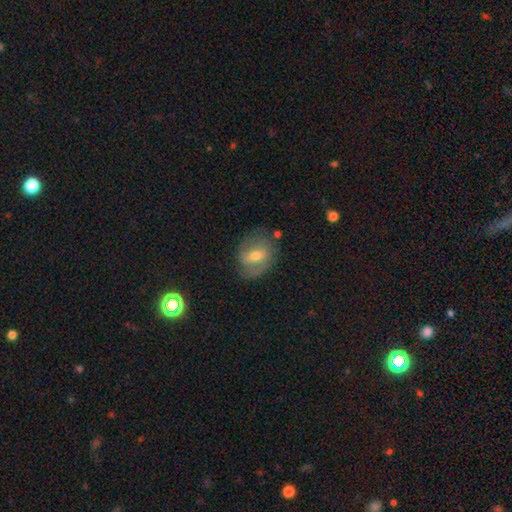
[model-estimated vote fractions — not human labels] This appears to be a featured or disk galaxy (49%). Merging: none (65%).